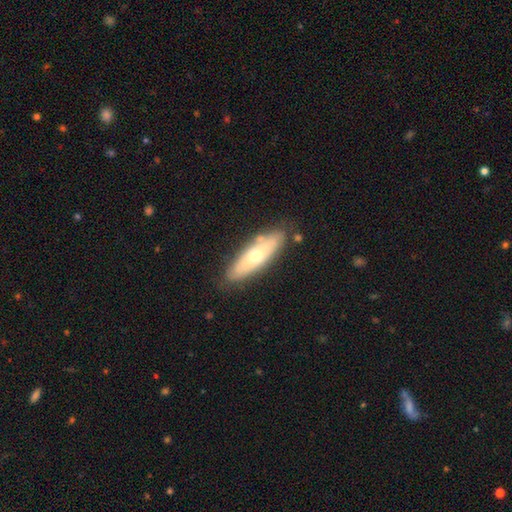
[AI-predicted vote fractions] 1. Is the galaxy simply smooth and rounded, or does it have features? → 50% smooth, 44% featured or disk, 6% star or artifact.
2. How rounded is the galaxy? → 51% cigar-shaped, 47% in between, 2% round.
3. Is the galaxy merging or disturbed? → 80% none, 14% minor disturbance, 3% merger, 3% major disturbance.